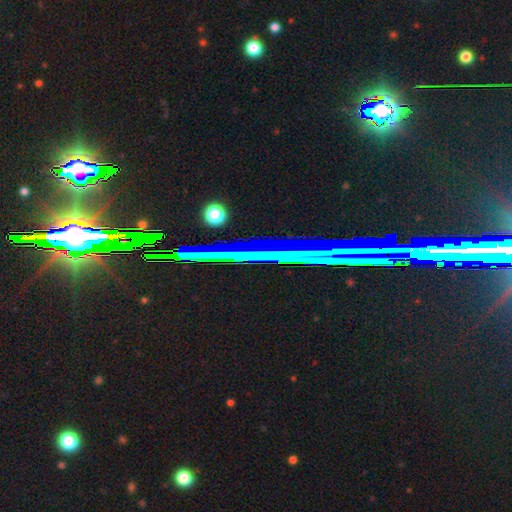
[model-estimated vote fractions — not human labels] Morphology: type=star or artifact (80%).